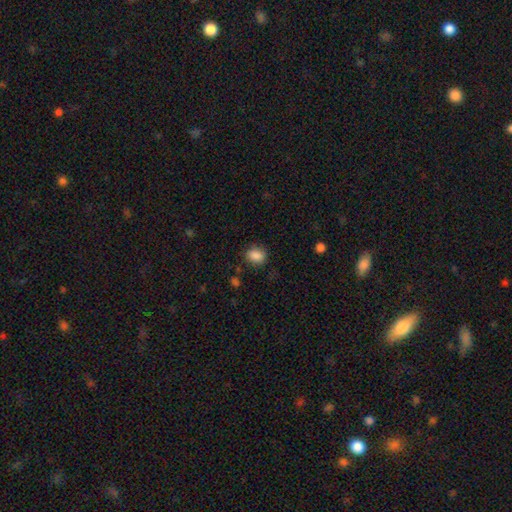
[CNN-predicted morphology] This appears to be a smooth galaxy with no disk features (87%) that is in between round and cigar-shaped (58%). Merging: none (81%).